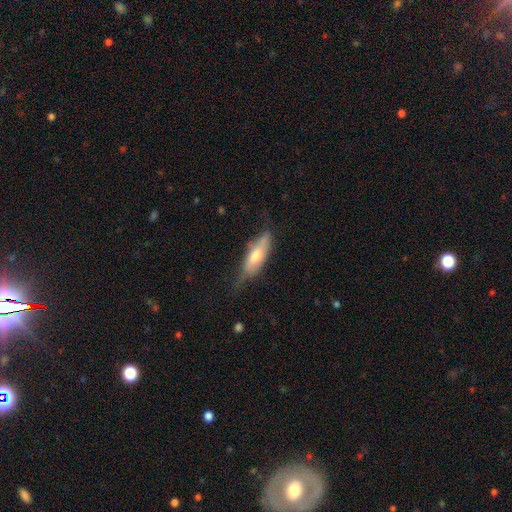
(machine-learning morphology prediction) A smooth galaxy with no disk features (59%) that is in between round and cigar-shaped (54%). Merging: none (56%).